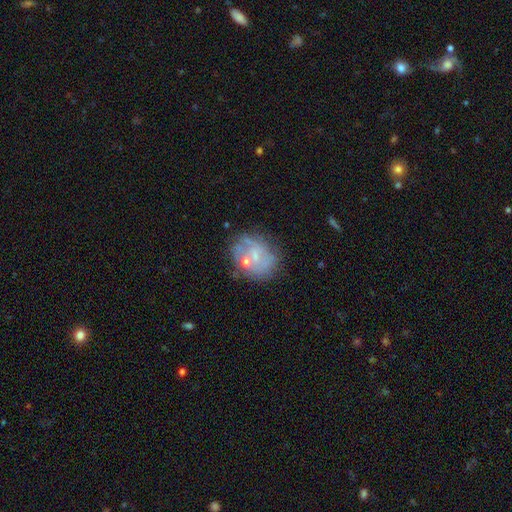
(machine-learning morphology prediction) Smooth or featured? featured or disk (56%)
Edge-on disk? no (97%)
Bar? no (72%)
Spiral arms? no (54%)
Bulge size? small (60%)
Merging? none (57%)